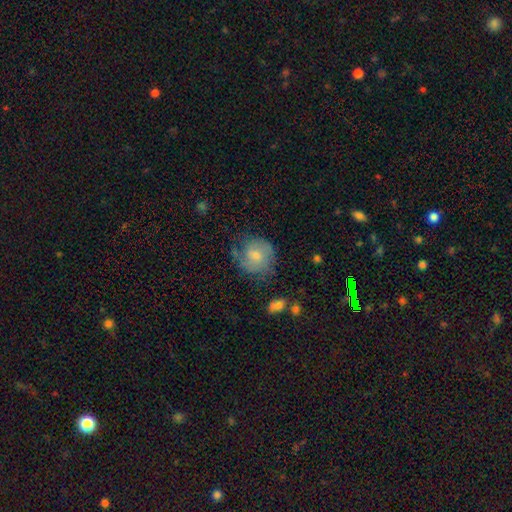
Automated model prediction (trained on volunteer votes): A smooth galaxy with no disk features (57%) that is round (81%).

Vote fractions:
- Smooth or featured? smooth: 57% / featured or disk: 35% / star or artifact: 8%
- How rounded? round: 81% / in between: 18% / cigar-shaped: 1%
- Merging? none: 58% / minor disturbance: 26% / major disturbance: 14% / merger: 3%